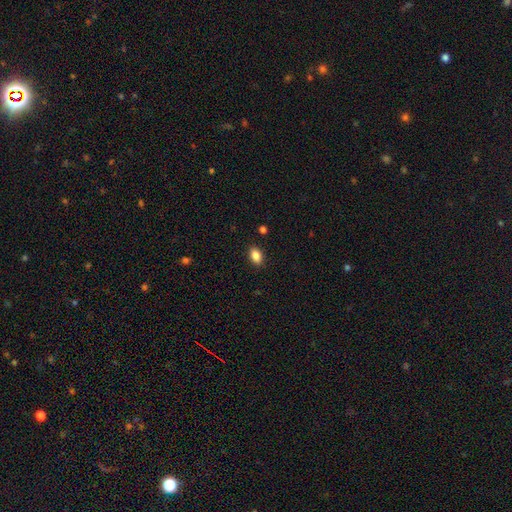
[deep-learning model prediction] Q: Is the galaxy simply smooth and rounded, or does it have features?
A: smooth — 86%.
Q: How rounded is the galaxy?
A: in between — 86%.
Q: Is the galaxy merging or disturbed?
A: none — 89%.